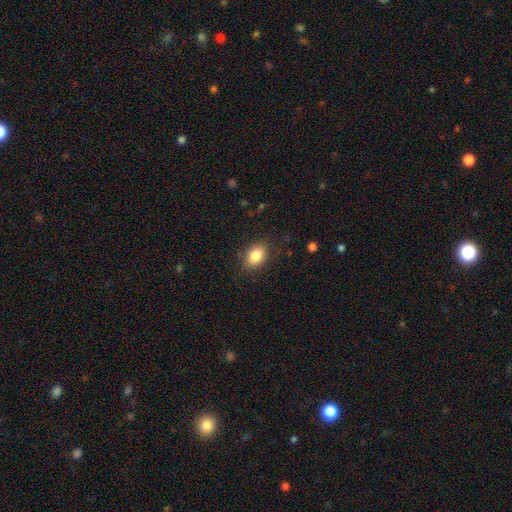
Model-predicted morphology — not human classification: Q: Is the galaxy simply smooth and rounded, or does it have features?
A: smooth — 83%.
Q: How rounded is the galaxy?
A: in between — 83%.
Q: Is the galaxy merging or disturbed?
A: none — 83%.